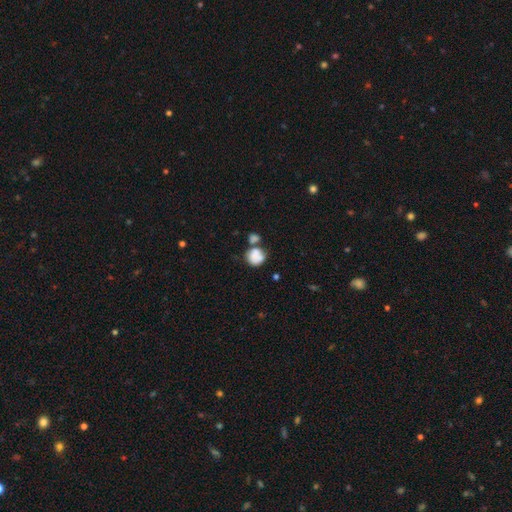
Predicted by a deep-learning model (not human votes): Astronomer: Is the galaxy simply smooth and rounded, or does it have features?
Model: smooth — 78%.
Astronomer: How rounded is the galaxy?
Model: round — 79%.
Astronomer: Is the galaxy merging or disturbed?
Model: merger — 42% (runner-up: none, 36%).